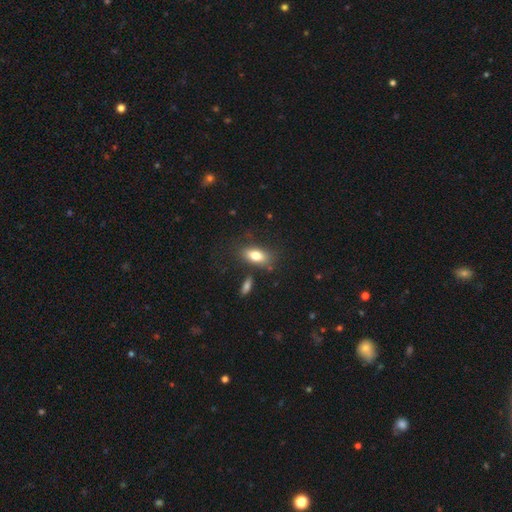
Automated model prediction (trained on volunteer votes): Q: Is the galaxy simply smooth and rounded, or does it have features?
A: smooth — 79%.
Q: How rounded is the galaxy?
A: in between — 87%.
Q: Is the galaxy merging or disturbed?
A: none — 72%.